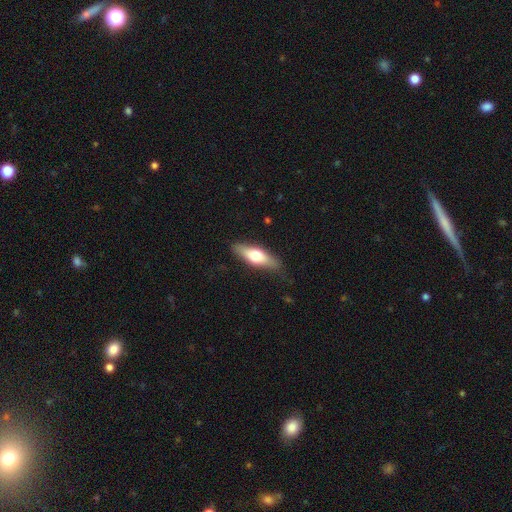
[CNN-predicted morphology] Smooth or featured?
  - smooth: 57% *
  - featured or disk: 38%
  - star or artifact: 6%
How rounded?
  - in between: 53% *
  - cigar-shaped: 44%
  - round: 3%
Merging?
  - none: 82% *
  - minor disturbance: 14%
  - major disturbance: 3%
  - merger: 1%